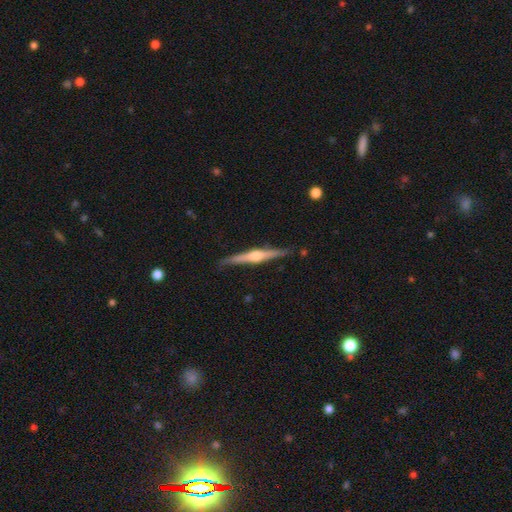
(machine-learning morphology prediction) A featured or disk galaxy (77%) viewed edge-on (98%) with a rounded central bulge (91%).

Vote fractions:
- Smooth or featured? featured or disk: 77% / smooth: 17% / star or artifact: 5%
- Edge-on disk? yes: 98% / no: 2%
- Edge-on bulge? rounded: 91% / boxy: 6% / none: 4%
- Merging? none: 88% / minor disturbance: 9% / major disturbance: 2% / merger: 1%